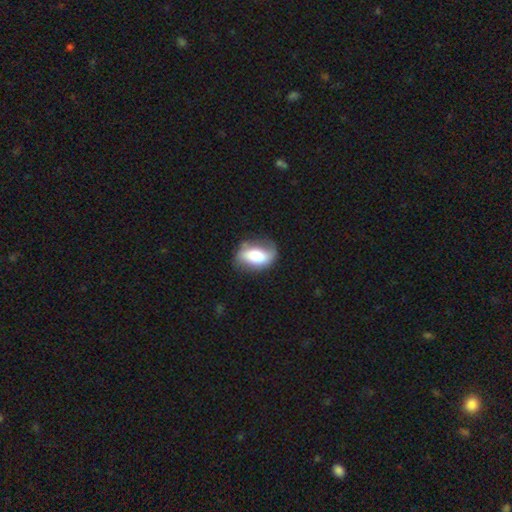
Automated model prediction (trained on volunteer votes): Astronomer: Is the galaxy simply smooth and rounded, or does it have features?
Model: smooth — 59%.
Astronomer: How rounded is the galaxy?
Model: in between — 86%.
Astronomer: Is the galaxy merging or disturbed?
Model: none — 59%.